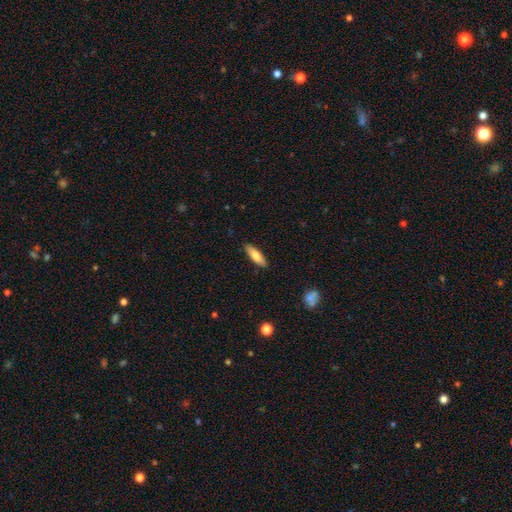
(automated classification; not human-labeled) smooth_or_featured: smooth (p=0.79) [alt: featured or disk p=0.15]
how_rounded: cigar-shaped (p=0.56) [alt: in between p=0.42]
merging: none (p=0.88) [alt: minor disturbance p=0.09]